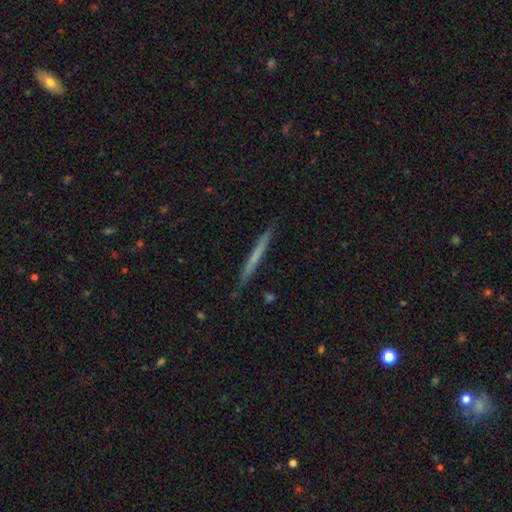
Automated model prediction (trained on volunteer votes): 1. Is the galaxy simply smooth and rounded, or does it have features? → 55% smooth, 40% featured or disk, 6% star or artifact.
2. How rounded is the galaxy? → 97% cigar-shaped, 2% in between, 1% round.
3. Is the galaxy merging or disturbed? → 89% none, 8% minor disturbance, 1% major disturbance, 1% merger.